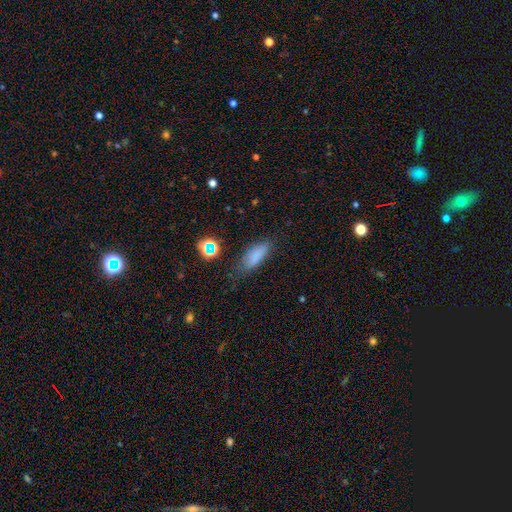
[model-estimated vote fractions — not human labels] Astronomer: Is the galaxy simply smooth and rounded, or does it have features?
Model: smooth — 78%.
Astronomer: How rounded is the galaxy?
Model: in between — 68%.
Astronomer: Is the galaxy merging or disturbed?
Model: none — 64%.